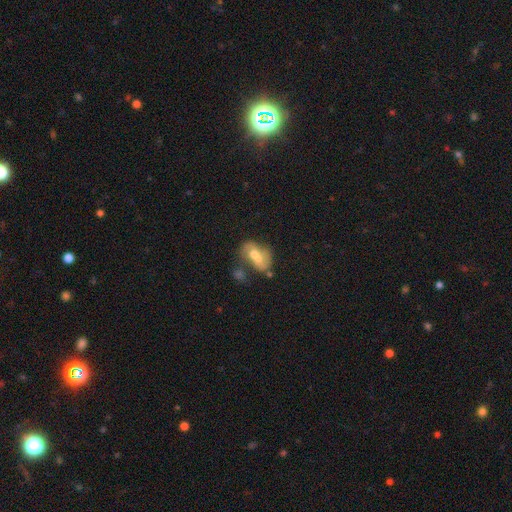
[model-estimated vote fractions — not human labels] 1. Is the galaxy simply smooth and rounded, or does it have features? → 49% smooth, 42% featured or disk, 9% star or artifact.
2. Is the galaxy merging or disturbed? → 55% merger, 23% none, 13% minor disturbance, 10% major disturbance.